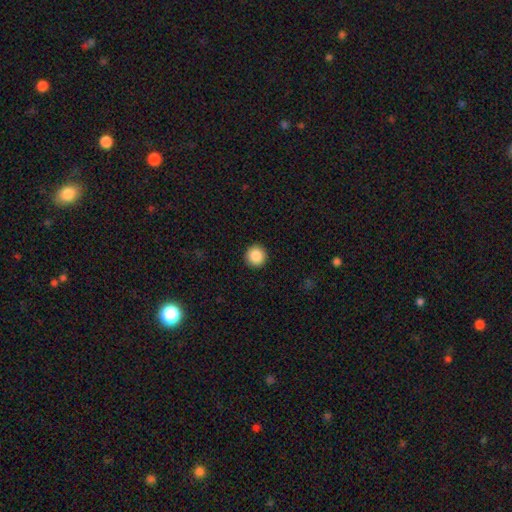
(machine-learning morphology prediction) Q: Smooth or featured?
A: smooth (87%); runner-up: star or artifact (9%)
Q: How rounded?
A: round (95%); runner-up: in between (4%)
Q: Merging?
A: none (93%); runner-up: minor disturbance (5%)